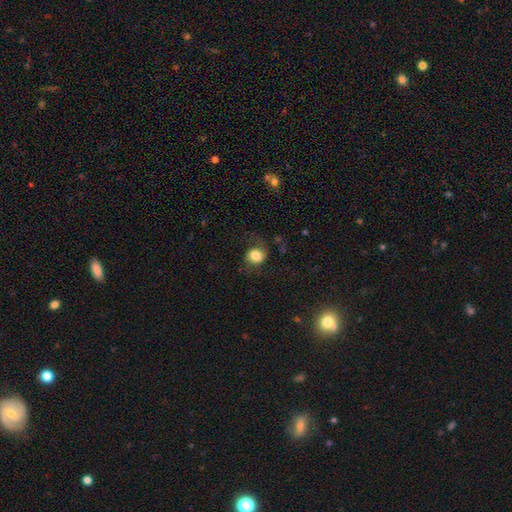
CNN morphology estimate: Smooth or featured: smooth — 72% (featured or disk — 19%)
How rounded: round — 68% (in between — 31%)
Merging: none — 60% (minor disturbance — 22%)